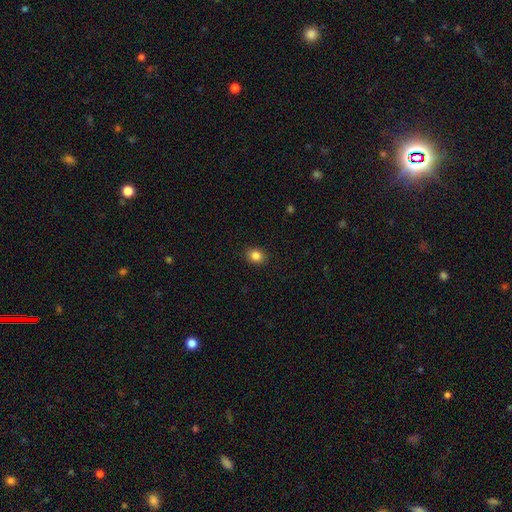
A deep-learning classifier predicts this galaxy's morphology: Smooth or featured? smooth (86%)
How rounded? round (51%)
Merging? none (89%)